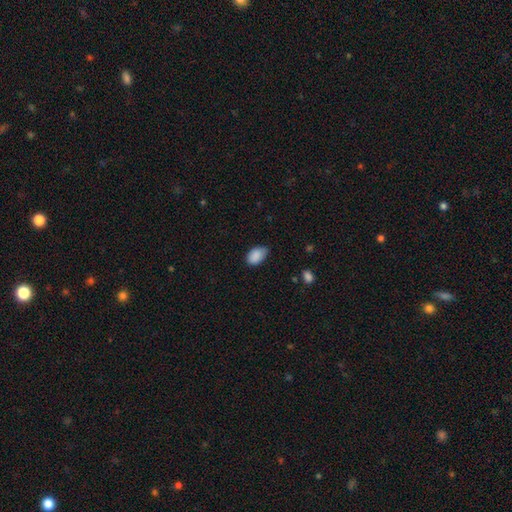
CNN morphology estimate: smooth_or_featured: smooth (p=0.89) [alt: star or artifact p=0.07]
how_rounded: in between (p=0.90) [alt: round p=0.09]
merging: none (p=0.63) [alt: minor disturbance p=0.31]